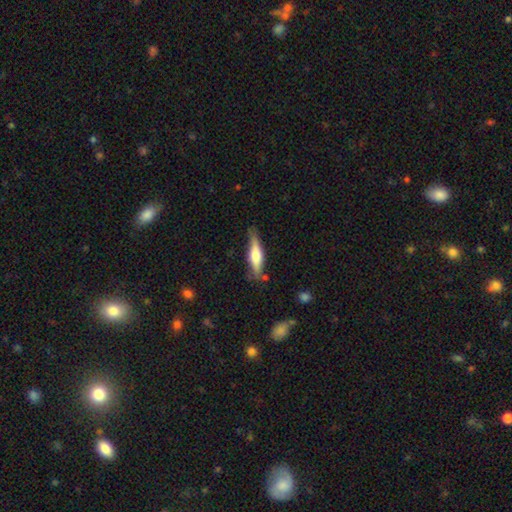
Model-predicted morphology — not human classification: Q: Smooth or featured?
A: smooth (48%); runner-up: featured or disk (46%)
Q: Merging?
A: none (74%); runner-up: minor disturbance (19%)